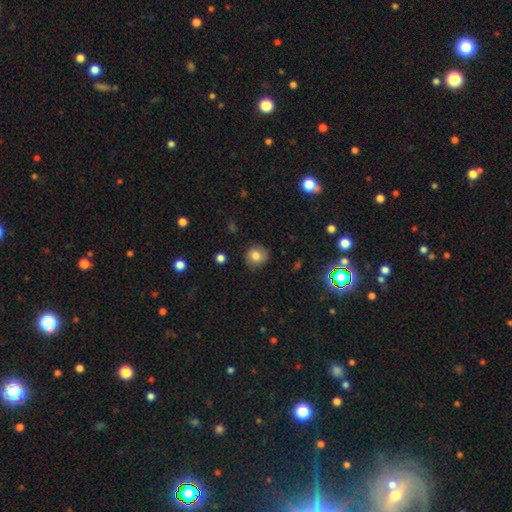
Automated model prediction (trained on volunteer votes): Smooth or featured: smooth — 79% (star or artifact — 10%)
How rounded: round — 88% (in between — 11%)
Merging: none — 83% (minor disturbance — 12%)